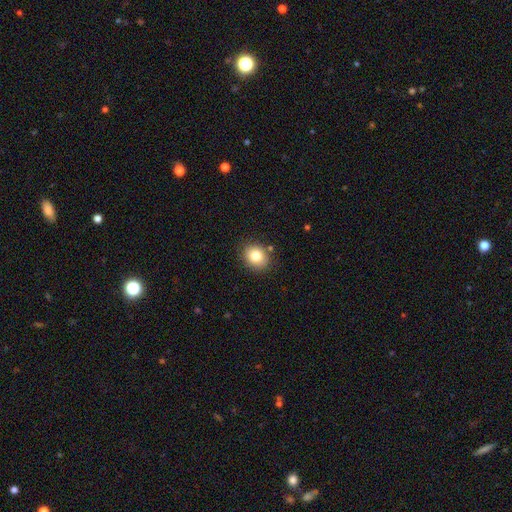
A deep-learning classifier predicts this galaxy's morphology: A smooth galaxy with no disk features (81%) that is round (62%).

Vote fractions:
- Smooth or featured? smooth: 81% / star or artifact: 10% / featured or disk: 9%
- How rounded? round: 62% / in between: 37% / cigar-shaped: 1%
- Merging? none: 84% / minor disturbance: 10% / merger: 3% / major disturbance: 3%